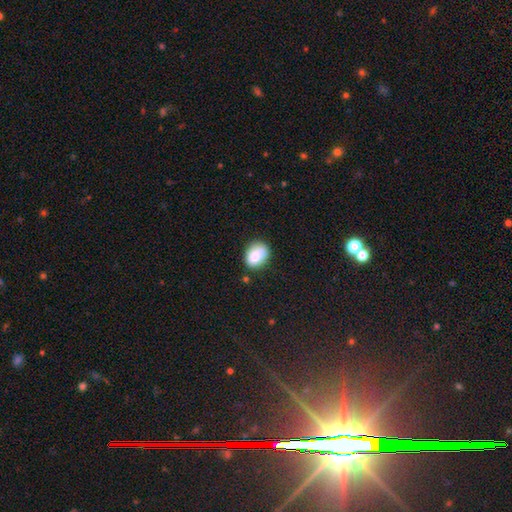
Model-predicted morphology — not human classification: smooth_or_featured: smooth (p=0.86) [alt: star or artifact p=0.08]
how_rounded: in between (p=0.72) [alt: round p=0.27]
merging: none (p=0.75) [alt: minor disturbance p=0.18]